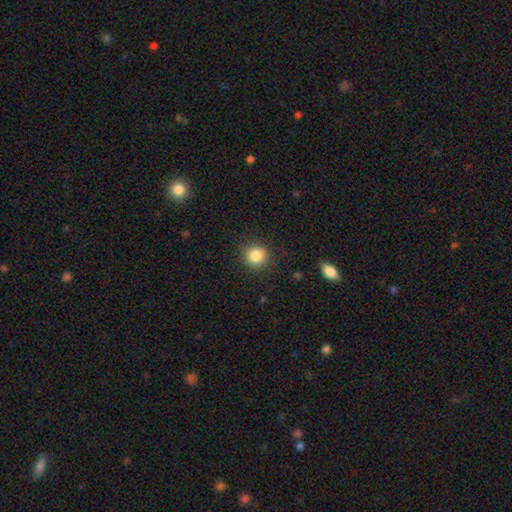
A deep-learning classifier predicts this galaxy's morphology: The model was most divided on "smooth or featured": smooth: 85%, star or artifact: 10%, featured or disk: 5%. More confident: how rounded — round (89%); merging — none (87%).